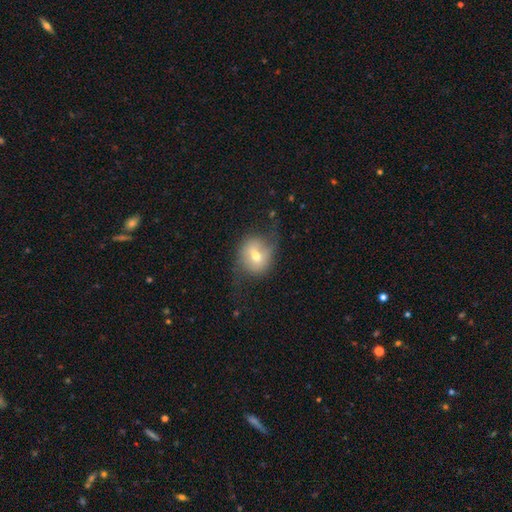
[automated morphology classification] Smooth or featured?
  - smooth: 55% *
  - featured or disk: 36%
  - star or artifact: 9%
How rounded?
  - round: 72% *
  - in between: 26%
  - cigar-shaped: 1%
Merging?
  - none: 55% *
  - minor disturbance: 25%
  - major disturbance: 17%
  - merger: 4%